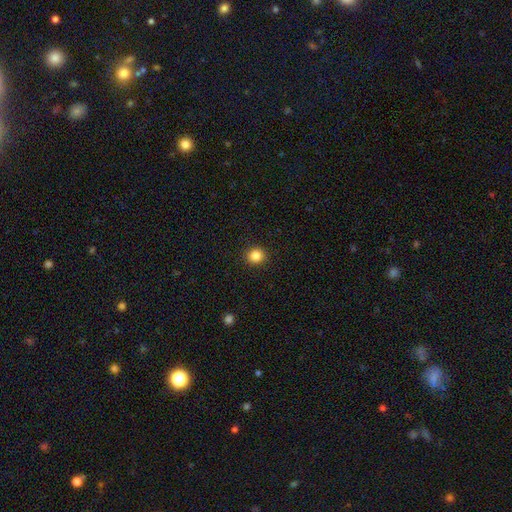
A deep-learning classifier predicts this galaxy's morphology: Q: Smooth or featured?
A: smooth (86%); runner-up: star or artifact (10%)
Q: How rounded?
A: round (89%); runner-up: in between (10%)
Q: Merging?
A: none (92%); runner-up: minor disturbance (5%)